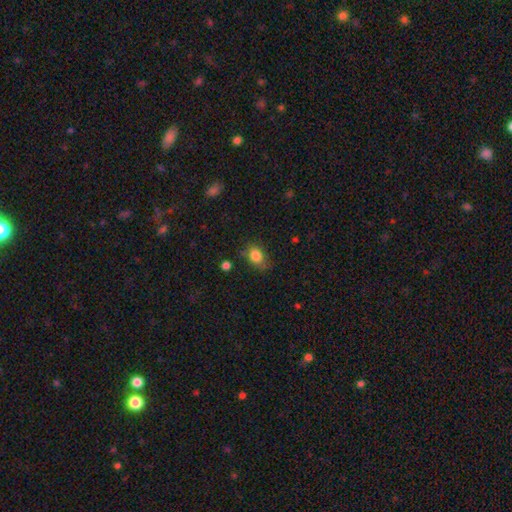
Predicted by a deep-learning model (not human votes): smooth_or_featured: smooth (p=0.82) [alt: star or artifact p=0.10]
how_rounded: in between (p=0.63) [alt: round p=0.36]
merging: none (p=0.67) [alt: minor disturbance p=0.24]